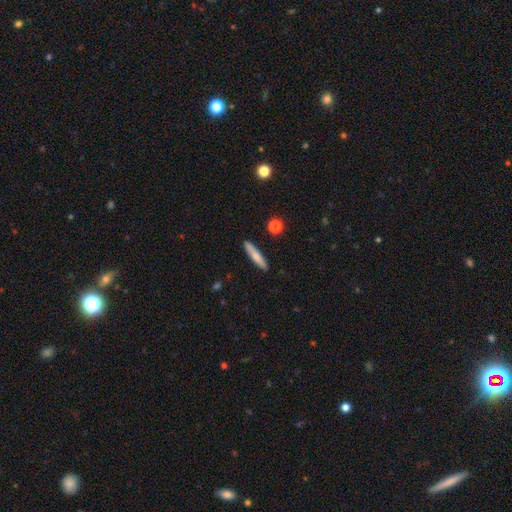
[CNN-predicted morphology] smooth_or_featured: smooth (p=0.72) [alt: featured or disk p=0.22]
how_rounded: cigar-shaped (p=0.91) [alt: in between p=0.08]
merging: none (p=0.89) [alt: minor disturbance p=0.08]